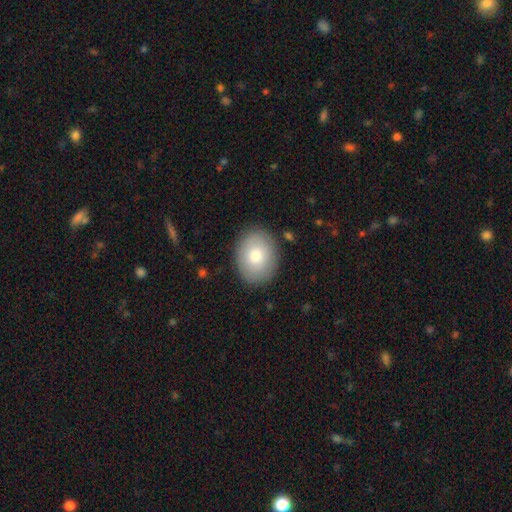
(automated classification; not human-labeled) This appears to be a smooth galaxy with no disk features (77%) that is in between round and cigar-shaped (65%). Merging: none (87%).